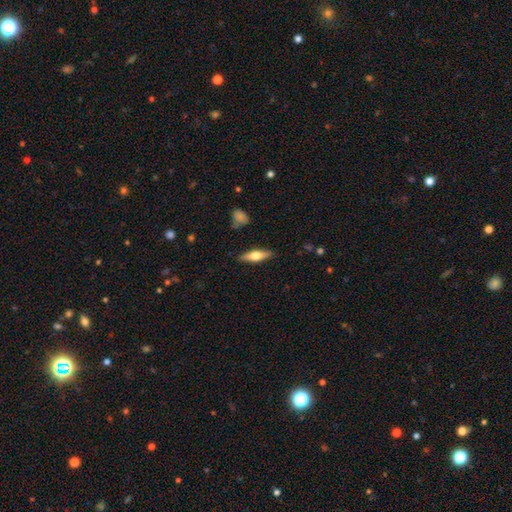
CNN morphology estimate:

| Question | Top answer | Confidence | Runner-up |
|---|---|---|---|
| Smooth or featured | smooth | 51% | featured or disk (43%) |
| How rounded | cigar-shaped | 55% | in between (43%) |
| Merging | none | 87% | minor disturbance (9%) |